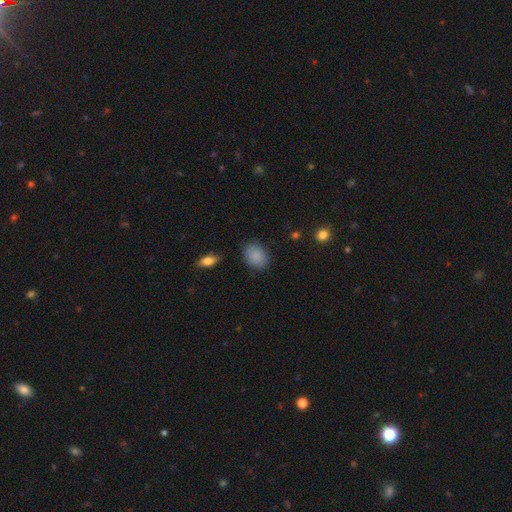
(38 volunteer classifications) Overall: smooth (87%). How rounded: in between (70%; round 30%). Merging: none (86%).